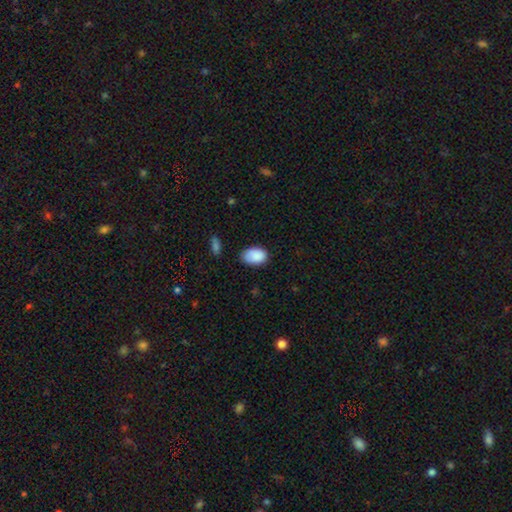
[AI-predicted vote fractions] The model was most divided on "merging": none: 70%, minor disturbance: 23%, major disturbance: 4%, merger: 3%. More confident: how rounded — in between (87%); smooth or featured — smooth (87%).